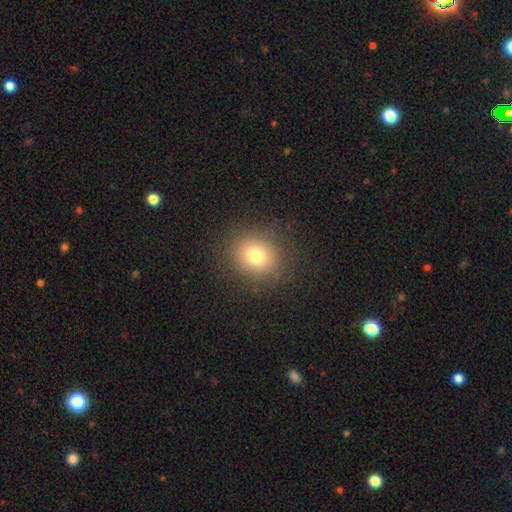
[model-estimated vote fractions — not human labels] This is likely a smooth galaxy (76%). How rounded: clearly round (81%). Merging: clearly none (88%).